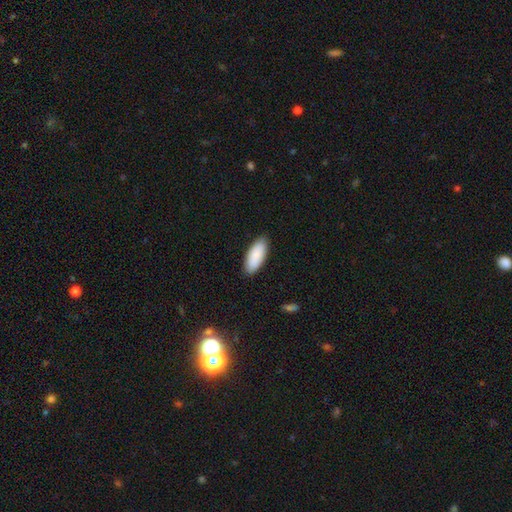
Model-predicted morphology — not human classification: A smooth galaxy with no disk features (89%) that is in between round and cigar-shaped (83%).

Vote fractions:
- Smooth or featured? smooth: 89% / star or artifact: 5% / featured or disk: 5%
- How rounded? in between: 83% / cigar-shaped: 16% / round: 2%
- Merging? none: 88% / minor disturbance: 9% / major disturbance: 2% / merger: 1%